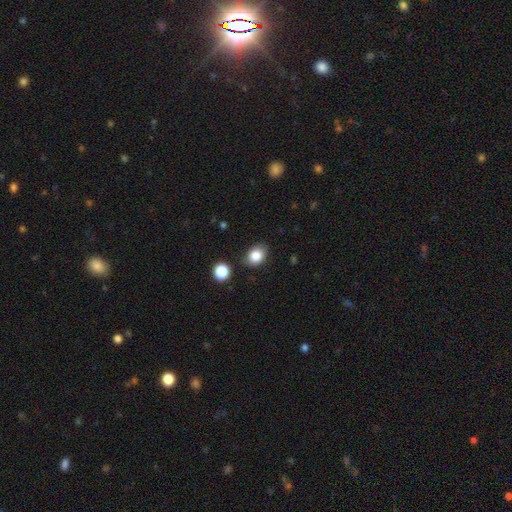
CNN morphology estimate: Smooth or featured? smooth (84%)
How rounded? in between (61%)
Merging? none (79%)